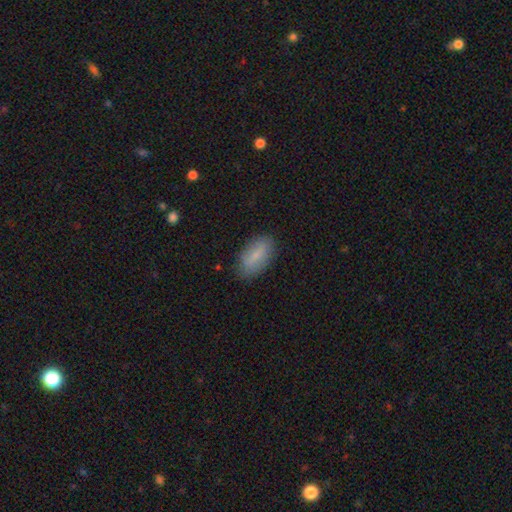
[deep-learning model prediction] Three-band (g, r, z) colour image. It shows a smooth galaxy with no disk features (76%) that is in between round and cigar-shaped (88%). Merging: none (83%).